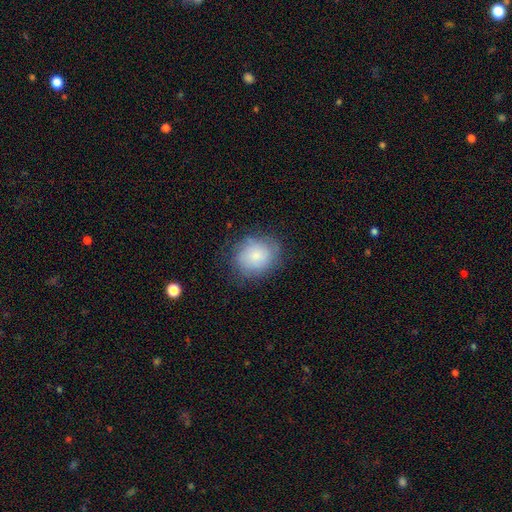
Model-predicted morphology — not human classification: A smooth galaxy with no disk features (74%) that is round (73%). Merging: none (73%).